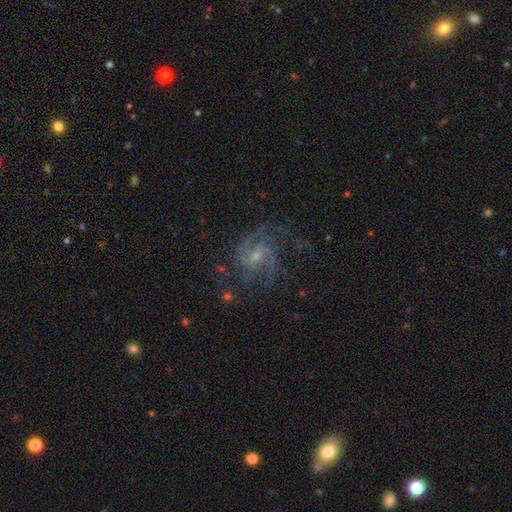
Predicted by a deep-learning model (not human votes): Smooth or featured: featured or disk — 89% (star or artifact — 6%)
Edge-on disk: no — 98% (yes — 2%)
Bar: weak — 55% (no — 34%)
Spiral arms: yes — 97% (no — 3%)
Spiral winding: medium — 57% (tight — 26%)
Spiral arm count: 2 — 58% (3 — 19%)
Bulge size: small — 63% (moderate — 30%)
Merging: none — 65% (minor disturbance — 18%)